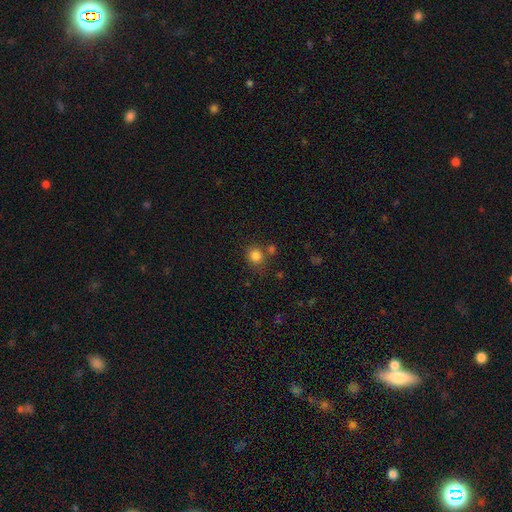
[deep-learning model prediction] A smooth galaxy with no disk features (82%) that is round (83%).

Vote fractions:
- Smooth or featured? smooth: 82% / star or artifact: 12% / featured or disk: 5%
- How rounded? round: 83% / in between: 16% / cigar-shaped: 1%
- Merging? none: 69% / merger: 15% / minor disturbance: 12% / major disturbance: 4%